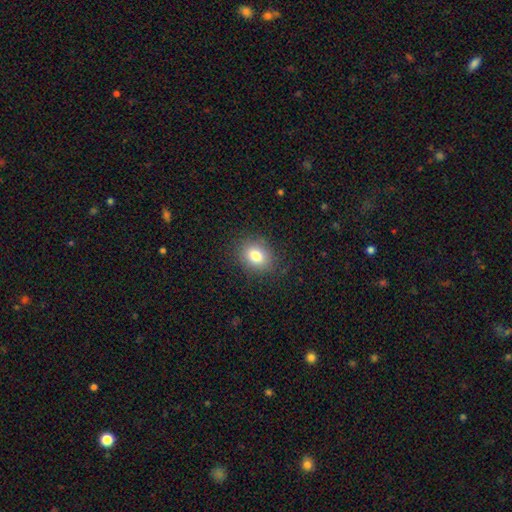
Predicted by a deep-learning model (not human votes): smooth_or_featured: smooth (p=0.81) [alt: star or artifact p=0.11]
how_rounded: in between (p=0.52) [alt: round p=0.47]
merging: none (p=0.84) [alt: minor disturbance p=0.11]